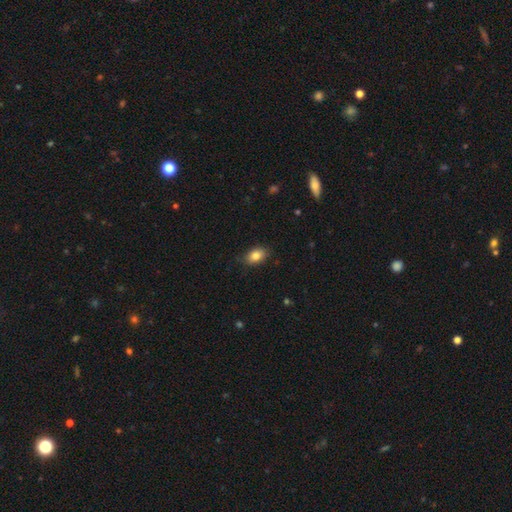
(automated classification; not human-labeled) smooth_or_featured: smooth (p=0.84) [alt: star or artifact p=0.08]
how_rounded: in between (p=0.87) [alt: round p=0.11]
merging: none (p=0.82) [alt: minor disturbance p=0.14]